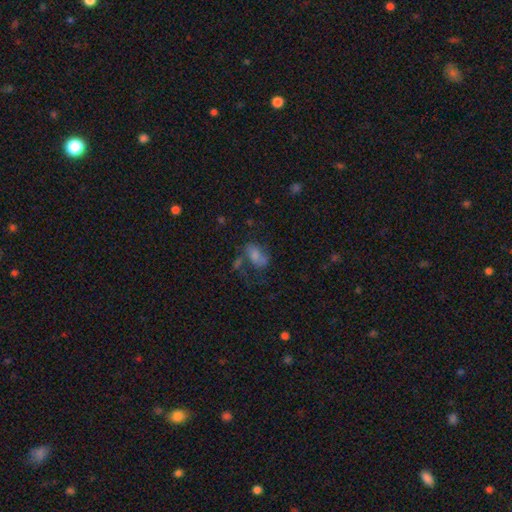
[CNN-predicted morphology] The model was most divided on "merging": none: 32%, major disturbance: 29%, minor disturbance: 21%, merger: 18%. More confident: how rounded — in between (85%); smooth or featured — smooth (53%).